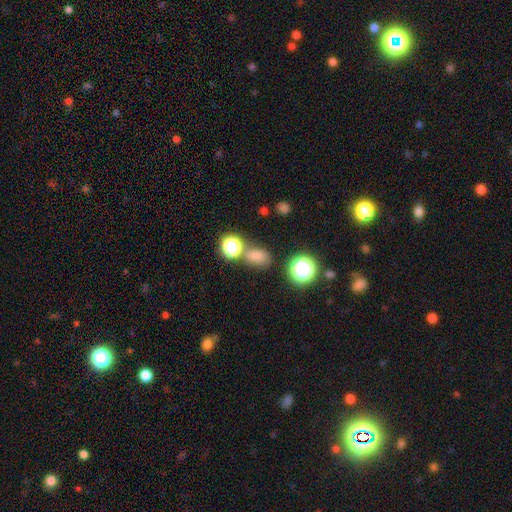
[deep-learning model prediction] The model was most divided on "how rounded": in between: 69%, round: 29%, cigar-shaped: 2%. More confident: smooth or featured — smooth (72%); merging — none (67%).